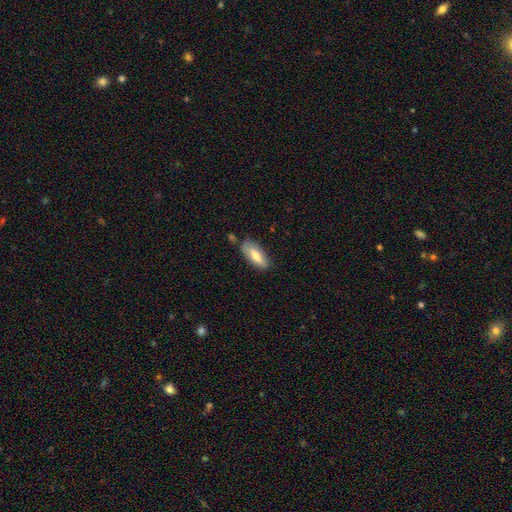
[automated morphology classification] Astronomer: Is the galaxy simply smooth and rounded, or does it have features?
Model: smooth — 73%.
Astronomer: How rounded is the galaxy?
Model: in between — 81%.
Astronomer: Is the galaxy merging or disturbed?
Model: none — 72%.